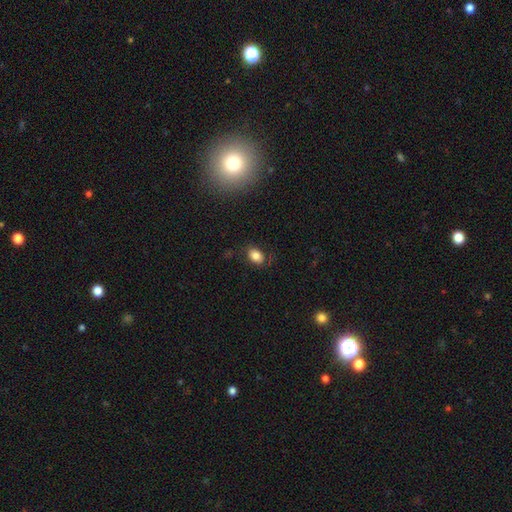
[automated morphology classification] Q: Smooth or featured?
A: smooth (82%); runner-up: star or artifact (10%)
Q: How rounded?
A: in between (77%); runner-up: round (21%)
Q: Merging?
A: none (80%); runner-up: minor disturbance (14%)